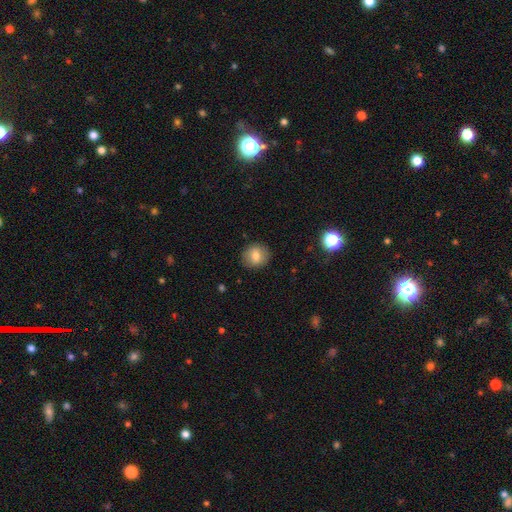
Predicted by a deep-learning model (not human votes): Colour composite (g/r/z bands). It shows a smooth galaxy with no disk features (76%) that is round (80%). Merging: none (87%).